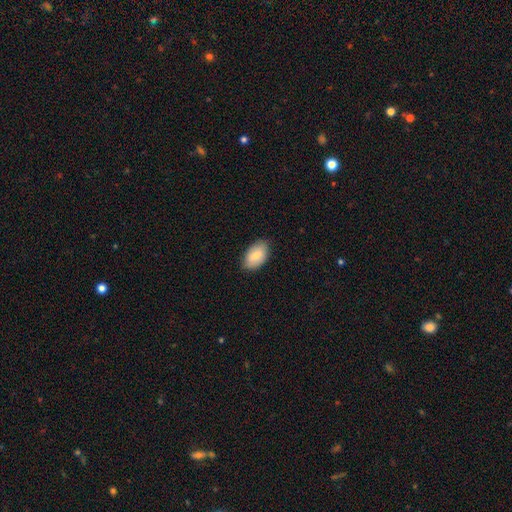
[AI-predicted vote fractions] Q: Smooth or featured?
A: smooth (80%); runner-up: featured or disk (14%)
Q: How rounded?
A: in between (94%); runner-up: round (5%)
Q: Merging?
A: none (83%); runner-up: minor disturbance (14%)